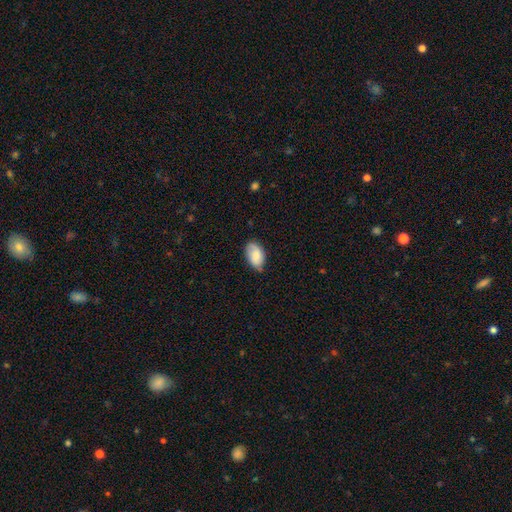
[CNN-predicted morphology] smooth 76%, featured or disk 17%, star or artifact 7%. Down the decision tree: how rounded — in between (92%); merging — none (71%).